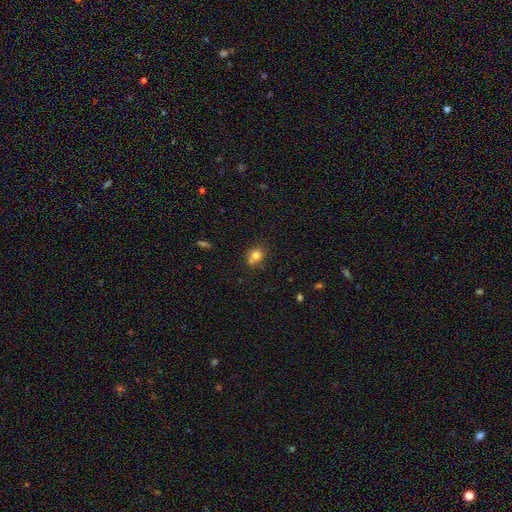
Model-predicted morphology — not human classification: smooth 77%, star or artifact 12%, featured or disk 11%. Down the decision tree: how rounded — round (78%); merging — none (59%).